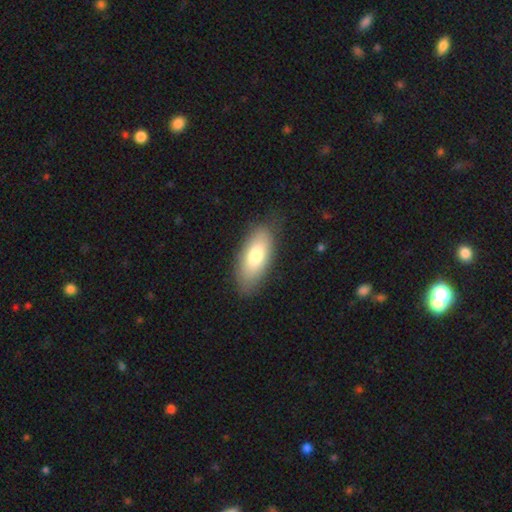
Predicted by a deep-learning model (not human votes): smooth-or-featured: smooth: 76% | featured or disk: 17% | star or artifact: 7%
  how-rounded: in between: 87% | cigar-shaped: 11% | round: 3%
  merging: none: 81% | minor disturbance: 14% | major disturbance: 4% | merger: 1%